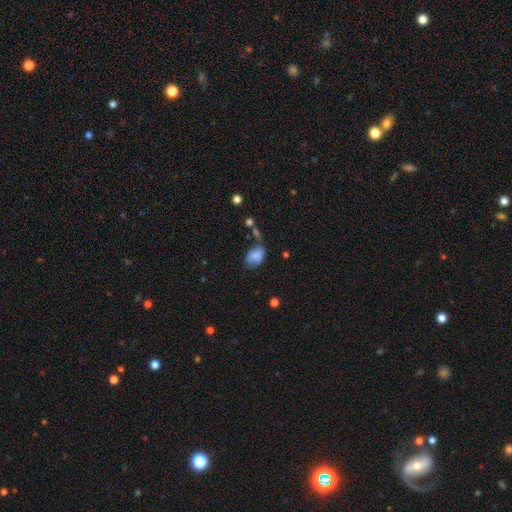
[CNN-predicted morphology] Smooth or featured?
  - smooth: 80% *
  - featured or disk: 11%
  - star or artifact: 9%
How rounded?
  - in between: 78% *
  - round: 21%
  - cigar-shaped: 1%
Merging?
  - none: 41% *
  - minor disturbance: 33%
  - major disturbance: 17%
  - merger: 9%